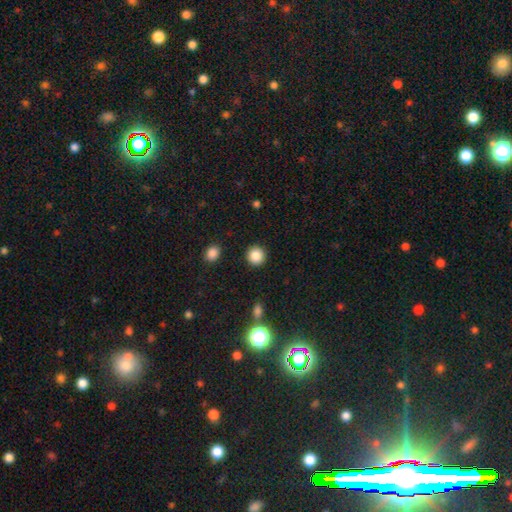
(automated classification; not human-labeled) Smooth or featured?
  - smooth: 85% *
  - star or artifact: 10%
  - featured or disk: 4%
How rounded?
  - round: 93% *
  - in between: 6%
  - cigar-shaped: 1%
Merging?
  - none: 91% *
  - minor disturbance: 5%
  - major disturbance: 2%
  - merger: 2%